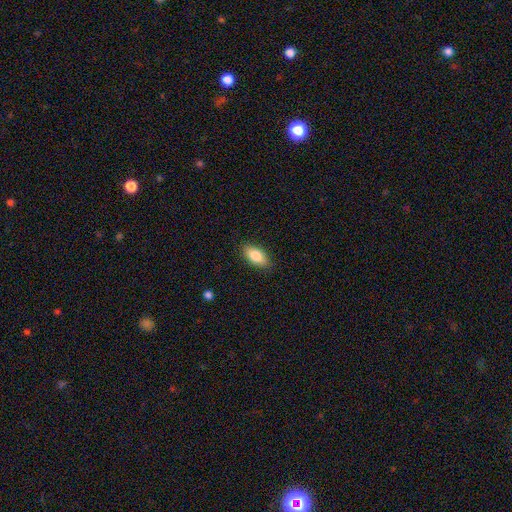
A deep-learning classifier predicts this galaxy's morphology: type=smooth (84%); roundness=in between (89%); merging=none (87%).